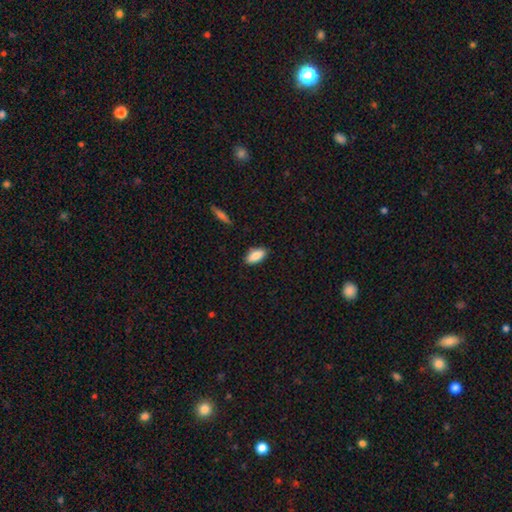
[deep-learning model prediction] smooth_or_featured: smooth (p=0.85) [alt: featured or disk p=0.09]
how_rounded: in between (p=0.88) [alt: cigar-shaped p=0.10]
merging: none (p=0.86) [alt: minor disturbance p=0.11]